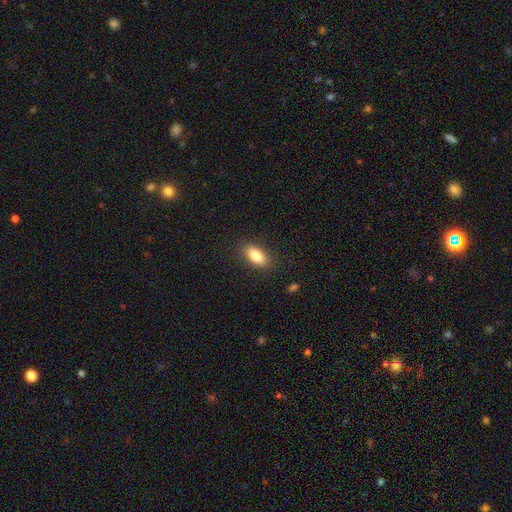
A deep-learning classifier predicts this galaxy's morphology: Q: Smooth or featured?
A: smooth (84%); runner-up: featured or disk (9%)
Q: How rounded?
A: in between (85%); runner-up: cigar-shaped (11%)
Q: Merging?
A: none (87%); runner-up: minor disturbance (10%)